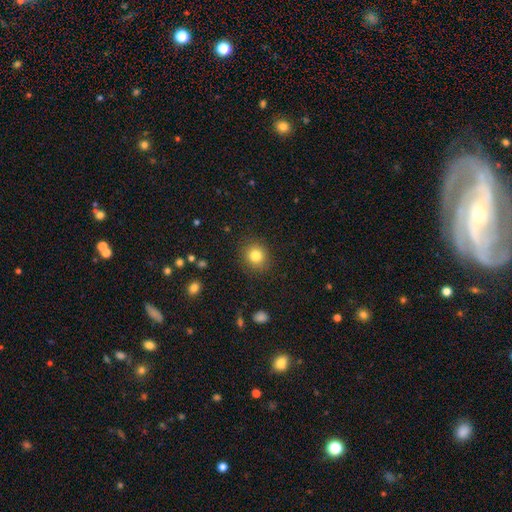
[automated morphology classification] The model was most divided on "how rounded": round: 84%, in between: 15%, cigar-shaped: 1%. More confident: merging — none (88%); smooth or featured — smooth (82%).